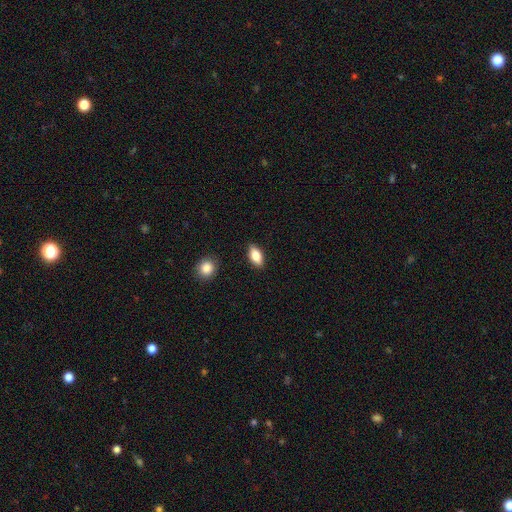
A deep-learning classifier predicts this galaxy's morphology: smooth_or_featured: smooth (p=0.78) [alt: featured or disk p=0.15]
how_rounded: in between (p=0.87) [alt: cigar-shaped p=0.09]
merging: none (p=0.86) [alt: minor disturbance p=0.10]